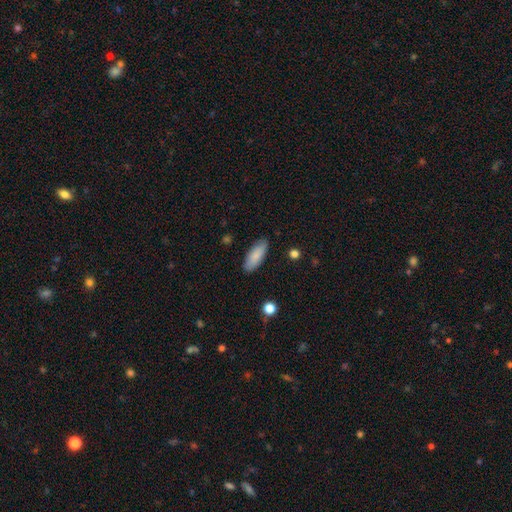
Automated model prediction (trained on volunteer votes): Smooth or featured? smooth (84%)
How rounded? in between (73%)
Merging? none (85%)